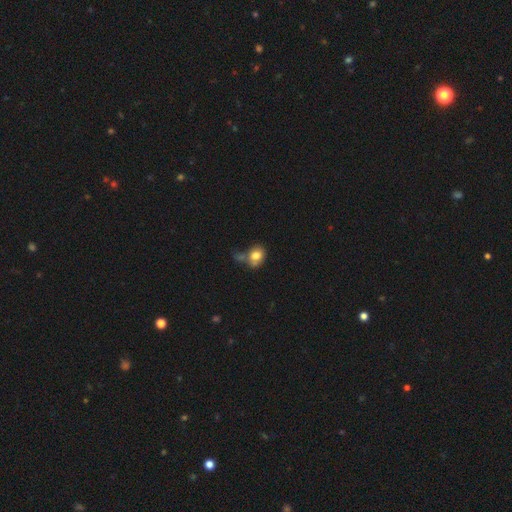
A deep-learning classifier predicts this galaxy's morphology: smooth-or-featured: smooth: 77% | featured or disk: 13% | star or artifact: 10%
  how-rounded: round: 52% | in between: 47% | cigar-shaped: 1%
  merging: none: 39% | merger: 24% | minor disturbance: 23% | major disturbance: 14%